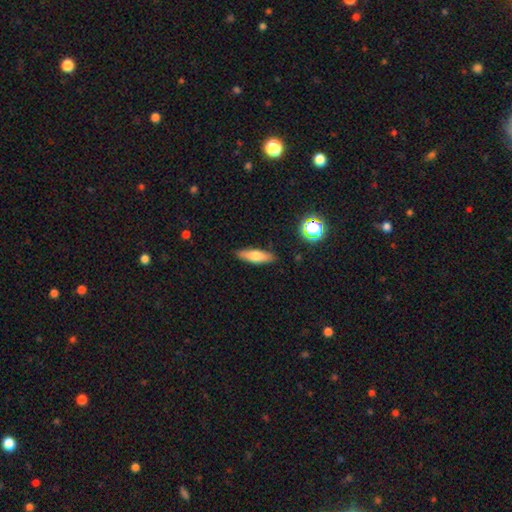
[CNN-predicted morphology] Smooth or featured? Predicted: smooth (p=0.67). How rounded? Predicted: cigar-shaped (p=0.54). Merging? Predicted: none (p=0.87).